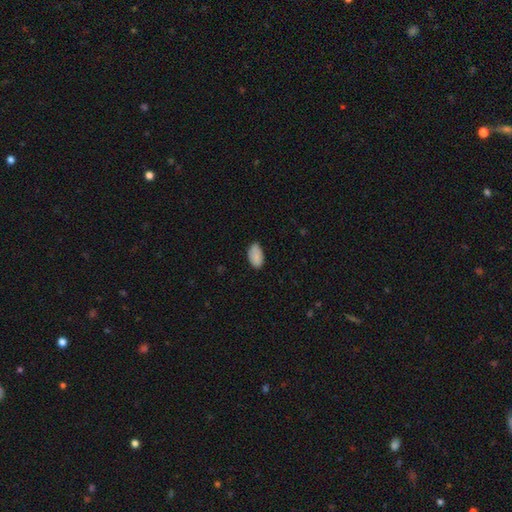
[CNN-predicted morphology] smooth-or-featured: smooth: 87% | star or artifact: 7% | featured or disk: 5%
  how-rounded: in between: 94% | round: 5% | cigar-shaped: 2%
  merging: none: 72% | minor disturbance: 23% | major disturbance: 4% | merger: 2%